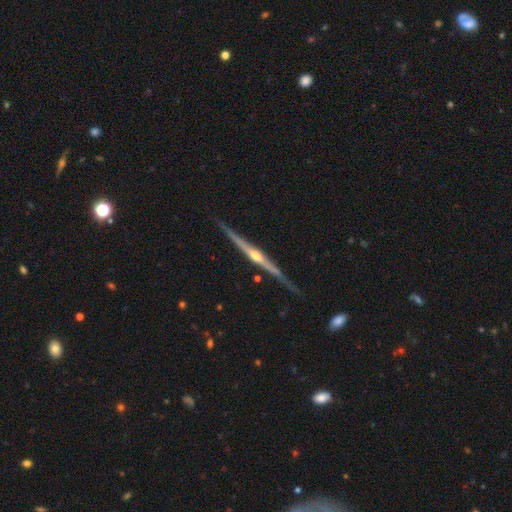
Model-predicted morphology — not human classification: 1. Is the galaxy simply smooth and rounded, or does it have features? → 84% featured or disk, 11% smooth, 5% star or artifact.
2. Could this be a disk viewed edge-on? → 98% yes, 2% no.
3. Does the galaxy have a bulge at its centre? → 85% rounded, 10% none, 5% boxy.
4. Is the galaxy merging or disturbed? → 82% none, 14% minor disturbance, 2% major disturbance, 2% merger.